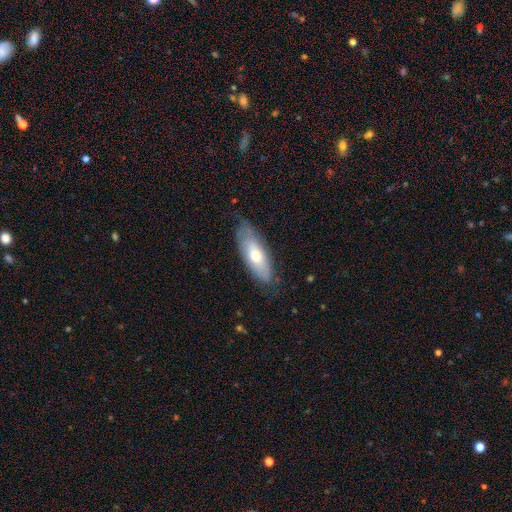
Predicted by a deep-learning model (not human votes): Smooth or featured?
  - smooth: 58% *
  - featured or disk: 35%
  - star or artifact: 6%
How rounded?
  - in between: 72% *
  - cigar-shaped: 26%
  - round: 2%
Merging?
  - none: 71% *
  - minor disturbance: 22%
  - major disturbance: 6%
  - merger: 1%